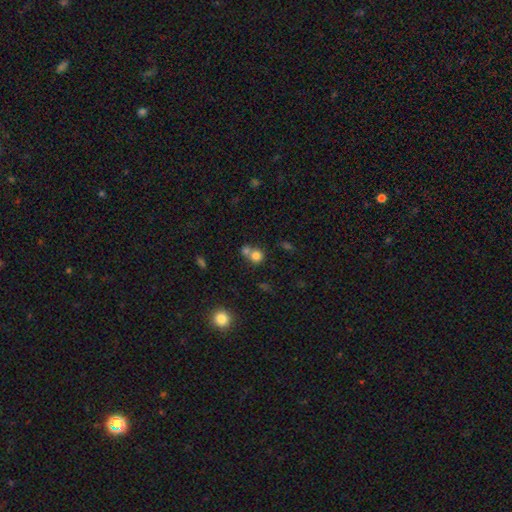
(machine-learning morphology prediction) Smooth or featured? smooth (78%)
How rounded? round (84%)
Merging? merger (45%, tied with none)